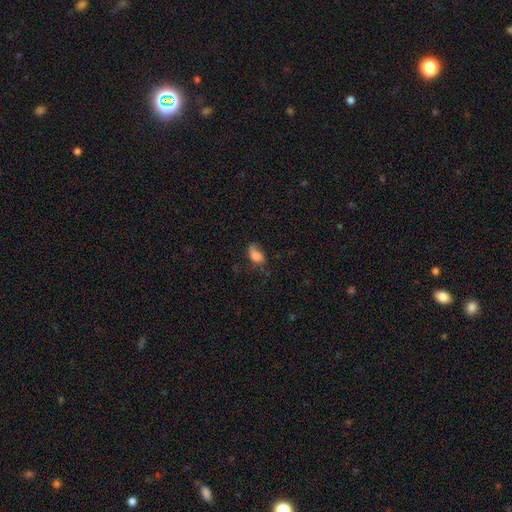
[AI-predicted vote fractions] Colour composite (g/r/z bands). It shows a smooth galaxy with no disk features (74%) that is in between round and cigar-shaped (87%). Merging: none (46%).